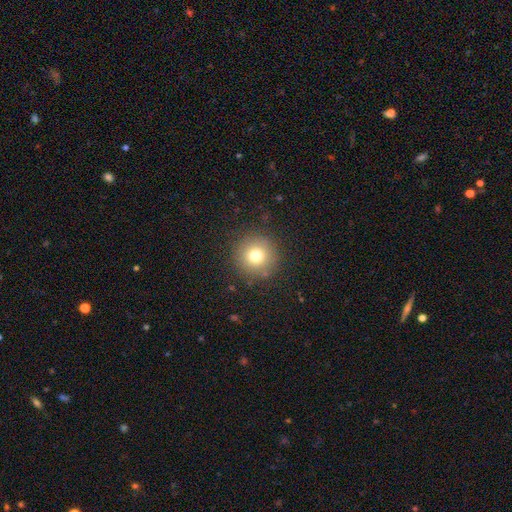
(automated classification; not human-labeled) The model was most divided on "smooth or featured": smooth: 76%, star or artifact: 13%, featured or disk: 11%. More confident: how rounded — round (96%); merging — none (89%).